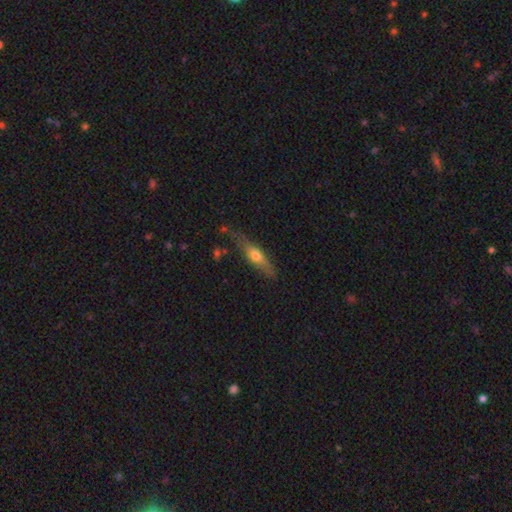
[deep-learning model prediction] A featured or disk galaxy (48%).

Vote fractions:
- Smooth or featured? featured or disk: 48% / smooth: 45% / star or artifact: 7%
- Merging? none: 68% / minor disturbance: 22% / major disturbance: 7% / merger: 3%